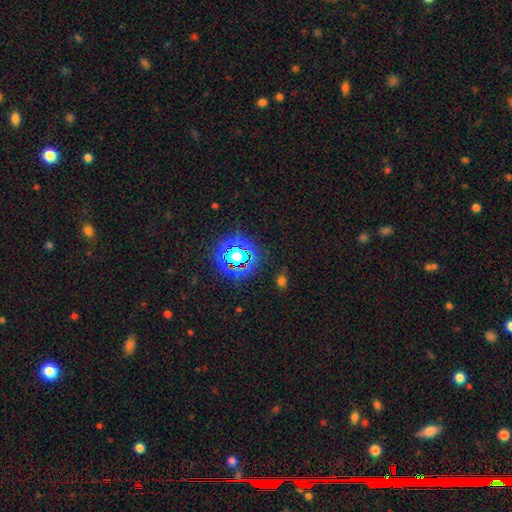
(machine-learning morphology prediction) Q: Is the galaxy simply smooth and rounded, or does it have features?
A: star or artifact — 79%.